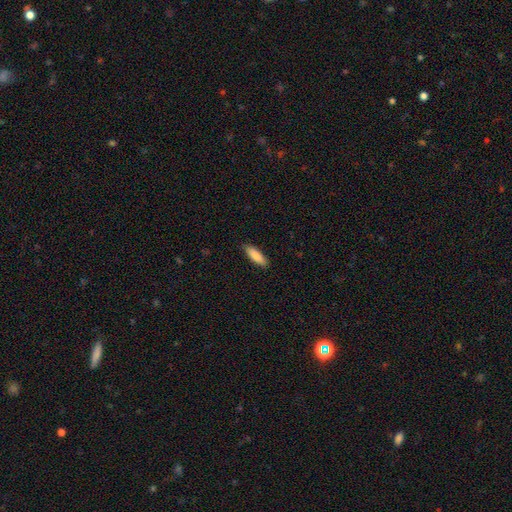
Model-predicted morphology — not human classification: Q: Smooth or featured?
A: smooth (86%); runner-up: featured or disk (8%)
Q: How rounded?
A: in between (52%); runner-up: cigar-shaped (47%)
Q: Merging?
A: none (87%); runner-up: minor disturbance (10%)